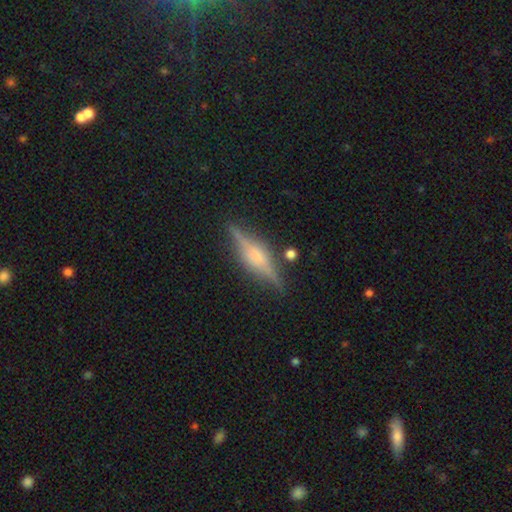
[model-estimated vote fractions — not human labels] Overall: featured or disk (78%). Edge-on disk: yes (97%). Edge-on bulge: rounded (75%). Merging: none (86%).